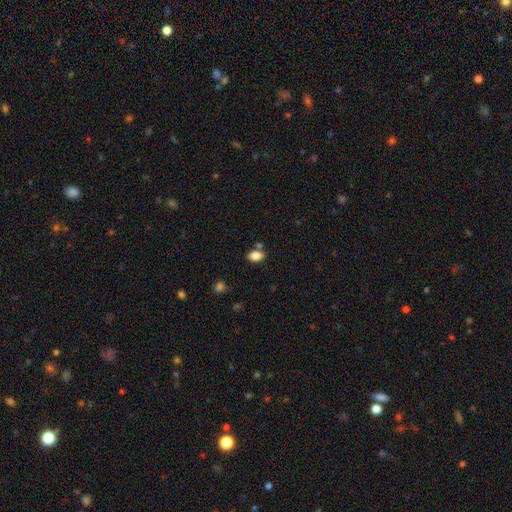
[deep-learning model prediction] A smooth galaxy with no disk features (85%) that is in between round and cigar-shaped (86%). Merging: none (72%).